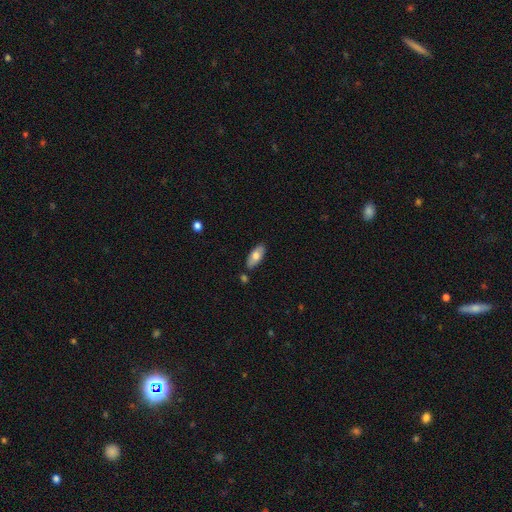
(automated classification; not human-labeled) The model was most divided on "smooth or featured": smooth: 71%, featured or disk: 23%, star or artifact: 6%. More confident: how rounded — in between (84%); merging — none (81%).